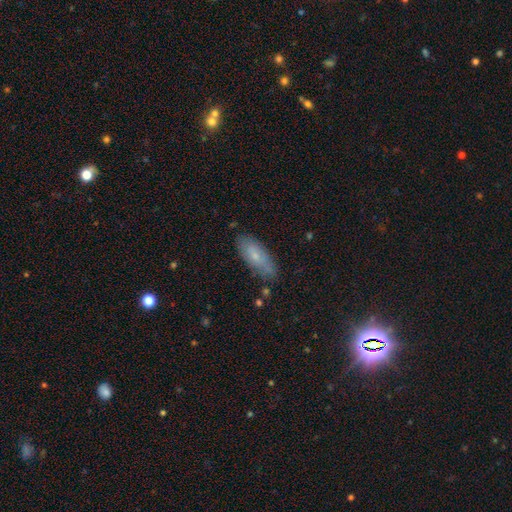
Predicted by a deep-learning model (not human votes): smooth 67%, featured or disk 26%, star or artifact 7%. Down the decision tree: how rounded — in between (74%); merging — none (75%).